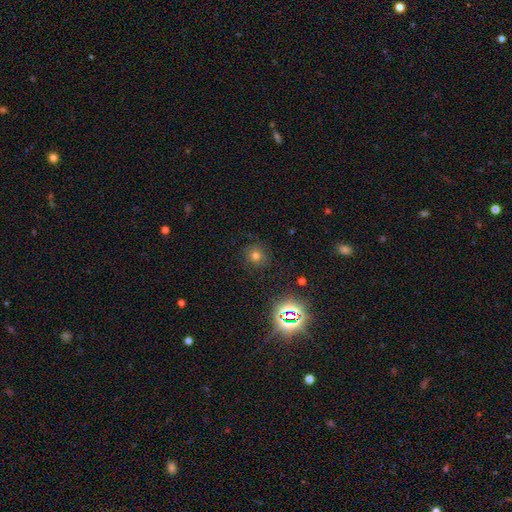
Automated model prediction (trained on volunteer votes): smooth_or_featured: smooth (p=0.65) [alt: star or artifact p=0.25]
how_rounded: round (p=0.89) [alt: in between p=0.10]
merging: none (p=0.83) [alt: minor disturbance p=0.11]